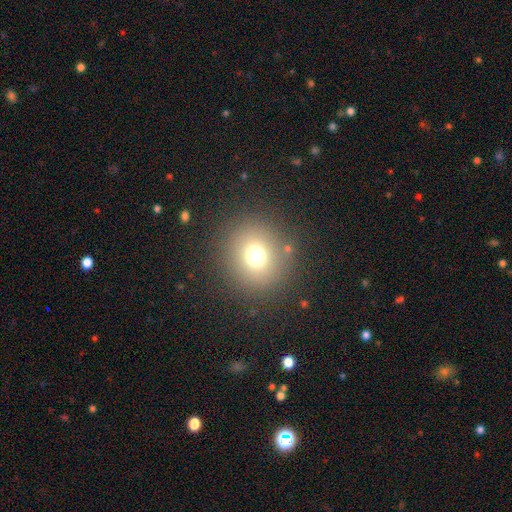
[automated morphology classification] Smooth or featured?
  - smooth: 69% *
  - star or artifact: 21%
  - featured or disk: 10%
How rounded?
  - round: 89% *
  - in between: 10%
  - cigar-shaped: 1%
Merging?
  - none: 86% *
  - minor disturbance: 7%
  - major disturbance: 5%
  - merger: 3%